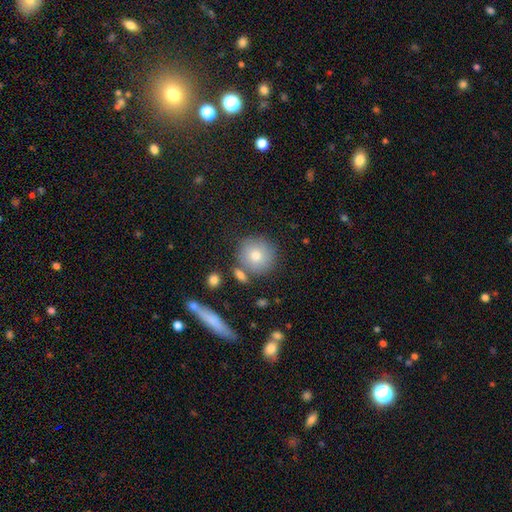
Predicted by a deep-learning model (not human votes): Q: Smooth or featured?
A: smooth (75%); runner-up: featured or disk (15%)
Q: How rounded?
A: round (93%); runner-up: in between (5%)
Q: Merging?
A: none (76%); runner-up: minor disturbance (10%)